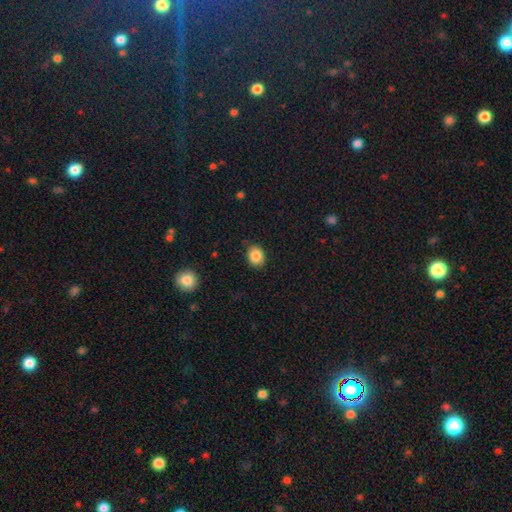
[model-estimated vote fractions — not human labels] Morphology: type=smooth (86%); roundness=round (57%); merging=none (81%).